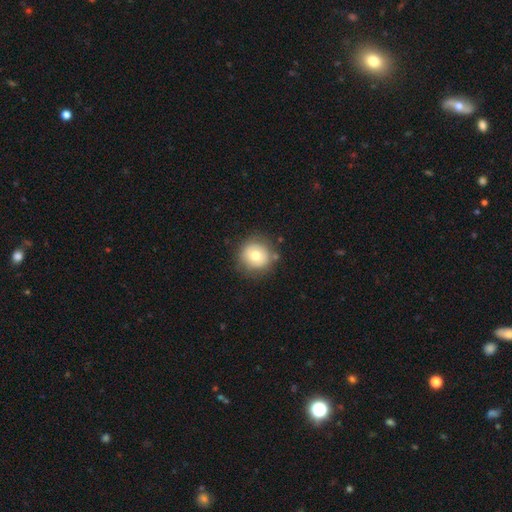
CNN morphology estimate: Smooth or featured? smooth (67%)
How rounded? round (93%)
Merging? none (81%)